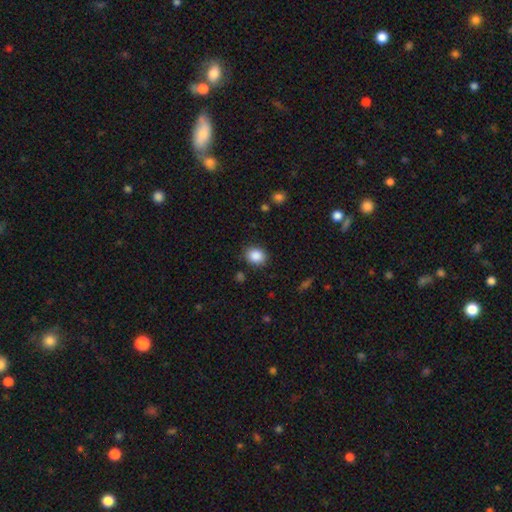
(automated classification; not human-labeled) This appears to be a smooth galaxy with no disk features (87%) that is round (60%). Merging: none (85%).